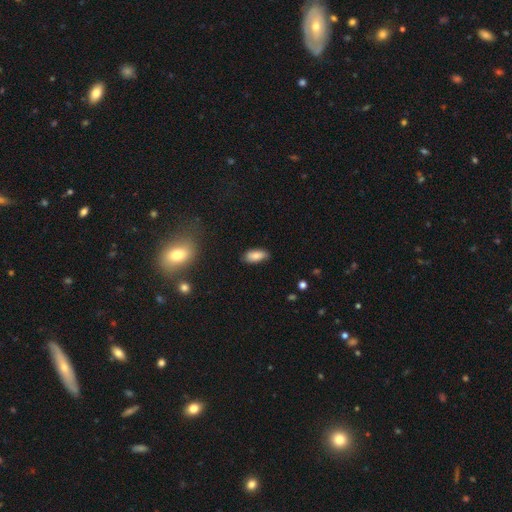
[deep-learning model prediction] Smooth or featured? Predicted: smooth (p=0.80). How rounded? Predicted: in between (p=0.89). Merging? Predicted: none (p=0.79).